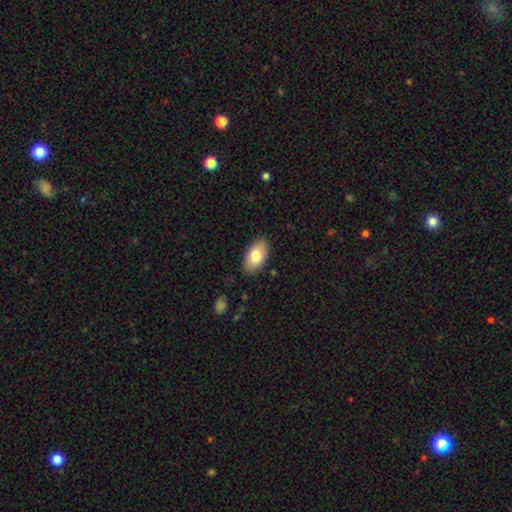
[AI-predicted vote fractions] smooth-or-featured: smooth: 79% | featured or disk: 14% | star or artifact: 6%
  how-rounded: in between: 95% | round: 4% | cigar-shaped: 2%
  merging: none: 86% | minor disturbance: 11% | major disturbance: 2% | merger: 1%